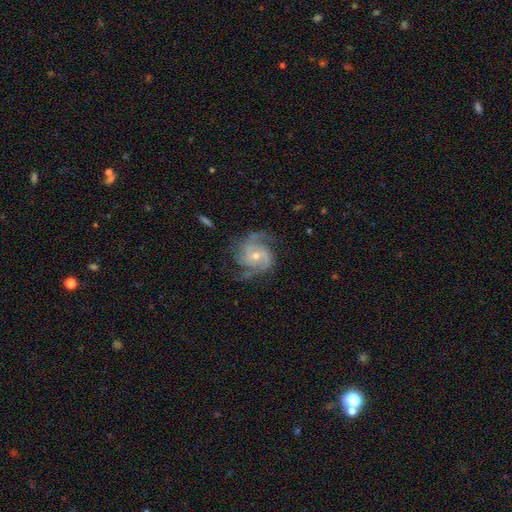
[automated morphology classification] A featured or disk galaxy (89%) with no bar (60%), 2 (49%) medium (50%) spiral arms (98%) and a small central bulge (55%).

Vote fractions:
- Smooth or featured? featured or disk: 89% / star or artifact: 6% / smooth: 5%
- Edge-on disk? no: 98% / yes: 2%
- Bar? no: 60% / weak: 32% / strong: 8%
- Spiral arms? yes: 98% / no: 2%
- Spiral winding? medium: 50% / tight: 36% / loose: 14%
- Spiral arm count? 2: 49% / 3: 28% / can't tell: 10% / 4: 5% / 1: 4% / more than 4: 4%
- Bulge size? small: 55% / moderate: 42% / large: 1% / none: 1% / dominant: 1%
- Merging? none: 73% / minor disturbance: 18% / major disturbance: 8% / merger: 1%